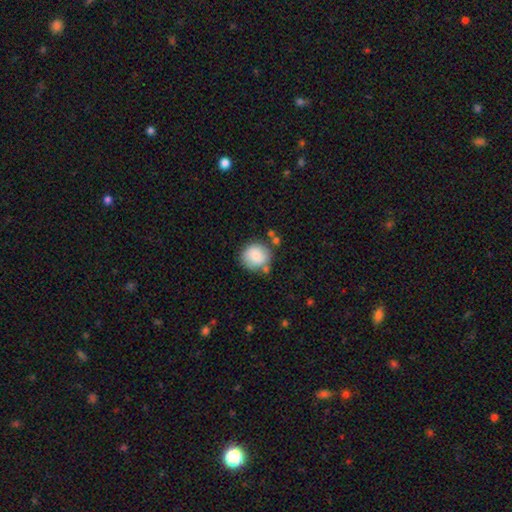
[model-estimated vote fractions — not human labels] A smooth galaxy with no disk features (84%) that is round (87%). Merging: none (73%).